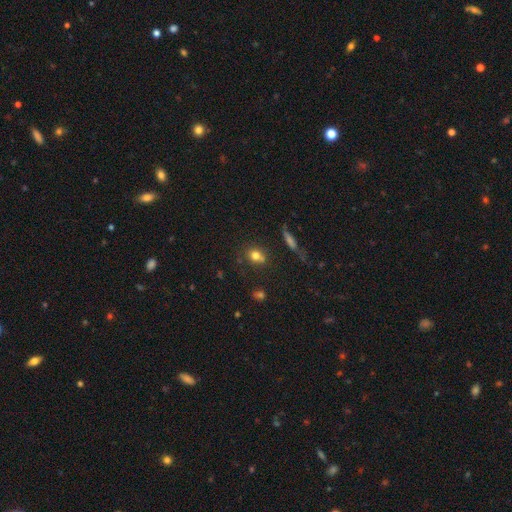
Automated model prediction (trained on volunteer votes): Q: Smooth or featured?
A: smooth (74%); runner-up: star or artifact (14%)
Q: How rounded?
A: round (60%); runner-up: in between (37%)
Q: Merging?
A: none (63%); runner-up: minor disturbance (16%)